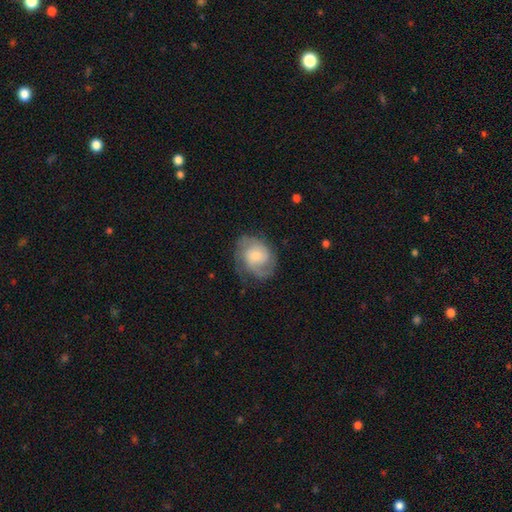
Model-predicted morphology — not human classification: Overall: featured or disk (68%). Edge-on disk: no (98%). Bar: no (70%). Spiral arms: yes (92%). Spiral arm count: 2 (51%; can't tell 20%). Spiral winding: tight (43%, tied with medium). Bulge size: moderate (45%; small 44%). Merging: none (66%).